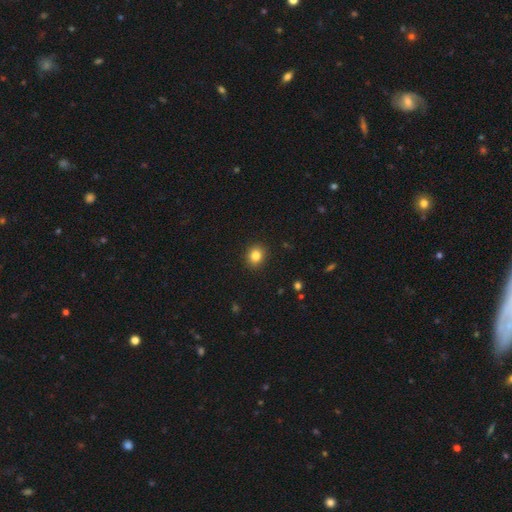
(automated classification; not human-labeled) Smooth or featured? Predicted: smooth (p=0.83). How rounded? Predicted: round (p=0.75). Merging? Predicted: none (p=0.91).